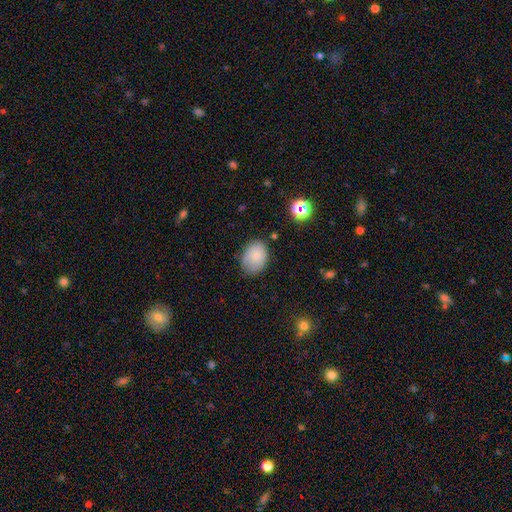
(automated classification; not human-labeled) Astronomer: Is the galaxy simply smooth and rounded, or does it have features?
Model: smooth — 78%.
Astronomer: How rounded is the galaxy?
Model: in between — 72%.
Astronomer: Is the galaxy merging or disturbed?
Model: none — 70%.